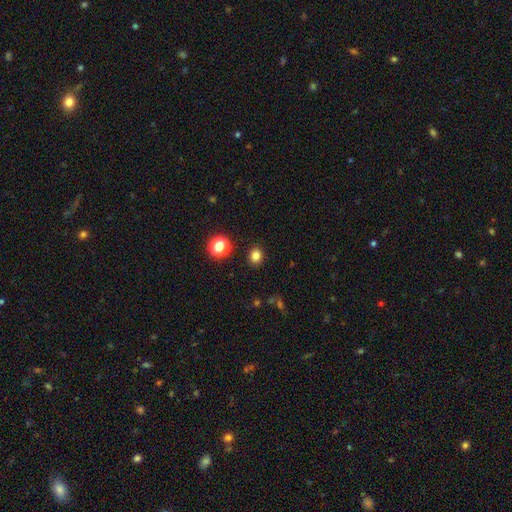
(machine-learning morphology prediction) The model was most divided on "how rounded": round: 73%, in between: 26%, cigar-shaped: 1%. More confident: merging — none (89%); smooth or featured — smooth (80%).